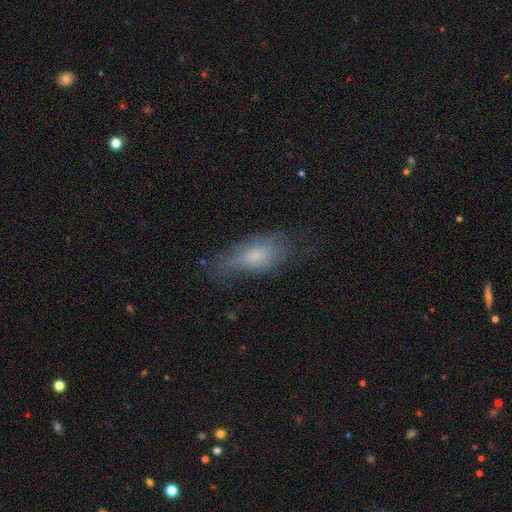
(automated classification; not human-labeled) Smooth or featured?
  - smooth: 65% *
  - featured or disk: 26%
  - star or artifact: 9%
How rounded?
  - in between: 81% *
  - cigar-shaped: 15%
  - round: 4%
Merging?
  - none: 49% *
  - minor disturbance: 30%
  - major disturbance: 19%
  - merger: 2%